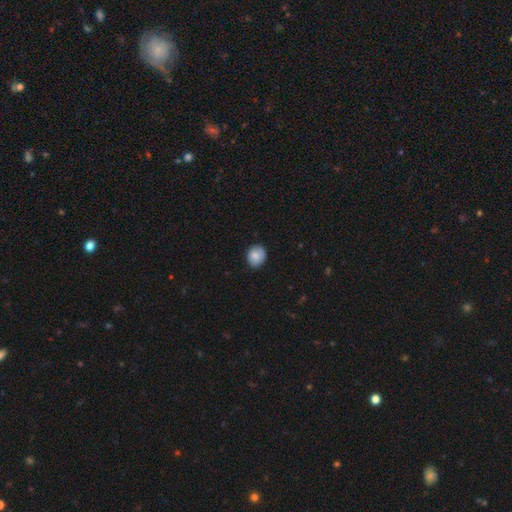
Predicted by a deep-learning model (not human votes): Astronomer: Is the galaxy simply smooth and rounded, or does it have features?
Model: smooth — 83%.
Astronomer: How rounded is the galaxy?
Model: round — 67%.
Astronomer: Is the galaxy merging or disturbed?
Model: none — 83%.